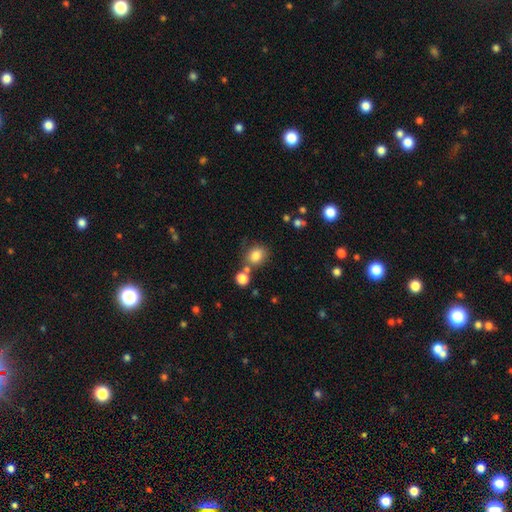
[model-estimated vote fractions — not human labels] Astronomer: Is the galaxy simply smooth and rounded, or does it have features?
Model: smooth — 81%.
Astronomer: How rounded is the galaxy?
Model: round — 64%.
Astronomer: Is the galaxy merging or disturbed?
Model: none — 65%.